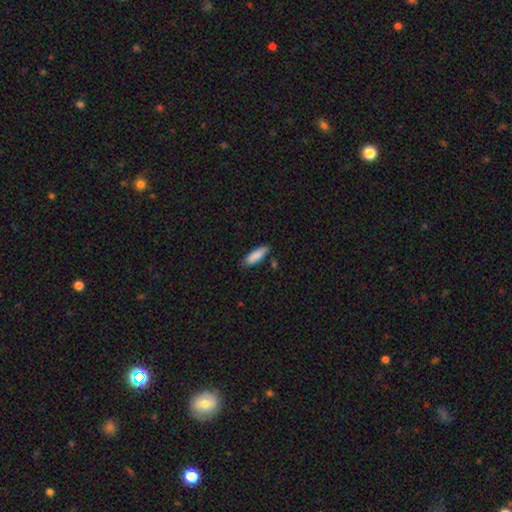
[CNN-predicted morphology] Q: Smooth or featured?
A: smooth (88%); runner-up: featured or disk (6%)
Q: How rounded?
A: in between (52%); runner-up: cigar-shaped (47%)
Q: Merging?
A: none (81%); runner-up: minor disturbance (14%)